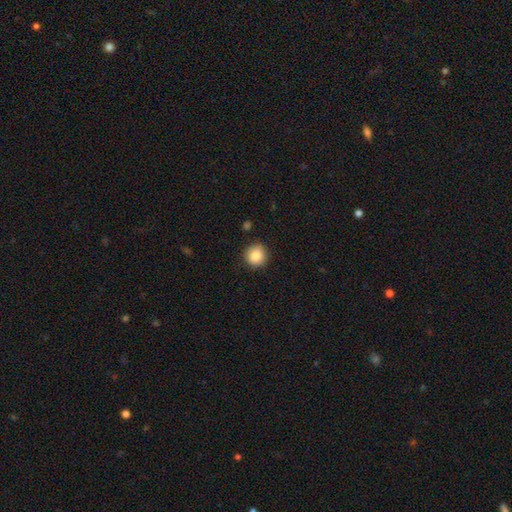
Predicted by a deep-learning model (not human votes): Smooth or featured? smooth (86%)
How rounded? round (91%)
Merging? none (89%)